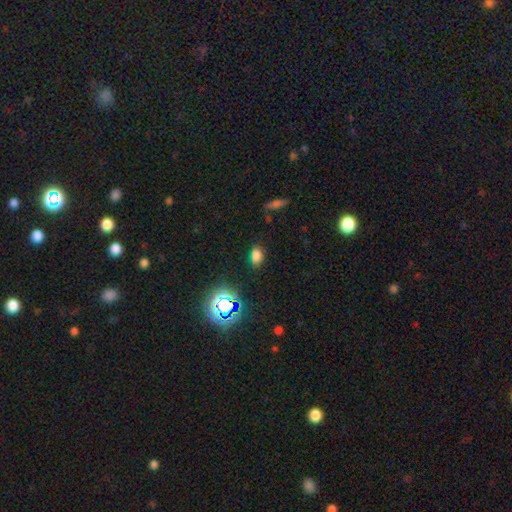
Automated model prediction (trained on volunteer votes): smooth-or-featured: smooth: 69% | star or artifact: 24% | featured or disk: 7%
  how-rounded: in between: 82% | round: 16% | cigar-shaped: 2%
  merging: none: 77% | minor disturbance: 16% | major disturbance: 4% | merger: 2%